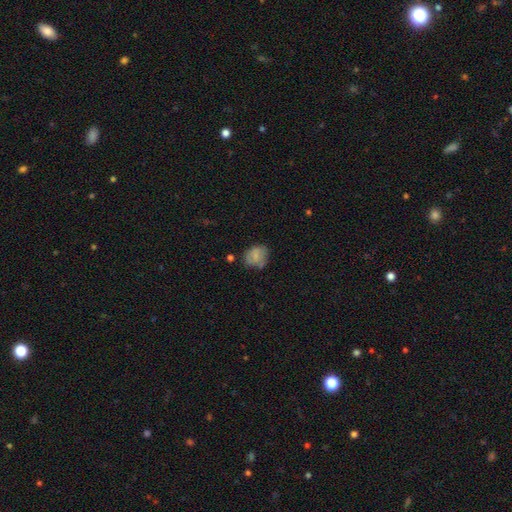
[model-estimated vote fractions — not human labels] This appears to be a smooth galaxy with no disk features (67%) that is round (51%). Merging: none (59%).